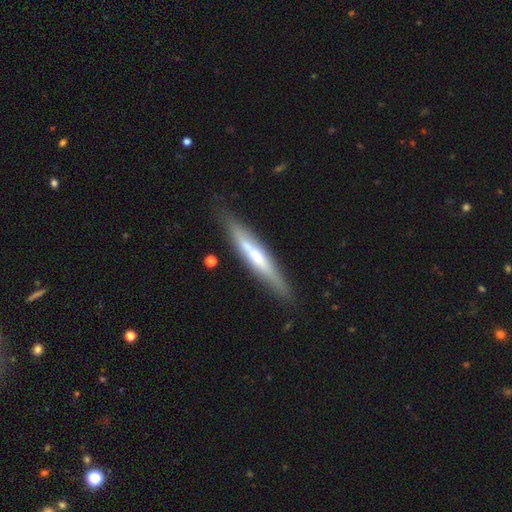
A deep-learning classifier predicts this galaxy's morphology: The model was most divided on "edge-on bulge": rounded: 51%, none: 34%, boxy: 15%. More confident: edge-on disk — yes (89%); merging — none (81%); smooth or featured — featured or disk (57%).